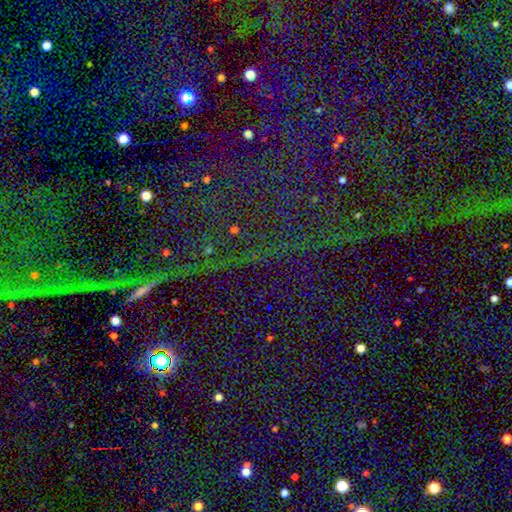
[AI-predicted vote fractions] smooth_or_featured: star or artifact (p=0.83) [alt: smooth p=0.09]